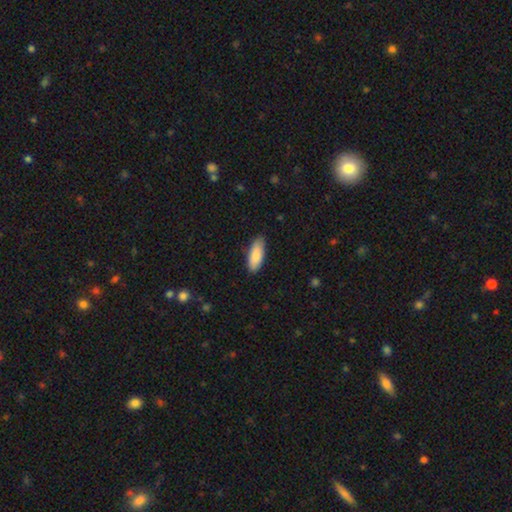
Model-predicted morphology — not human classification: A smooth galaxy with no disk features (88%) that is in between round and cigar-shaped (75%).

Vote fractions:
- Smooth or featured? smooth: 88% / featured or disk: 7% / star or artifact: 5%
- How rounded? in between: 75% / cigar-shaped: 23% / round: 2%
- Merging? none: 83% / minor disturbance: 14% / major disturbance: 2% / merger: 1%